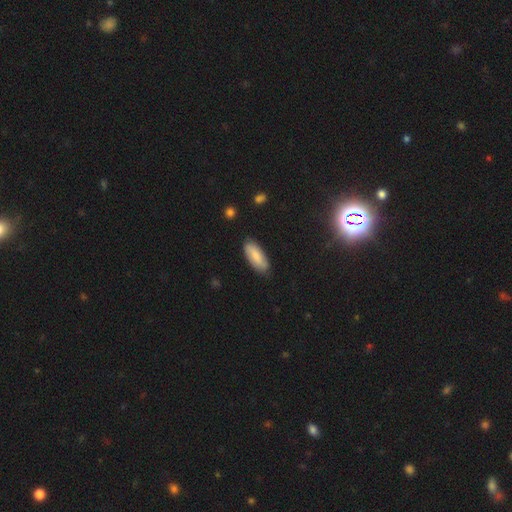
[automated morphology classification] This appears to be a smooth galaxy with no disk features (79%) that is in between round and cigar-shaped (77%). Merging: none (83%).